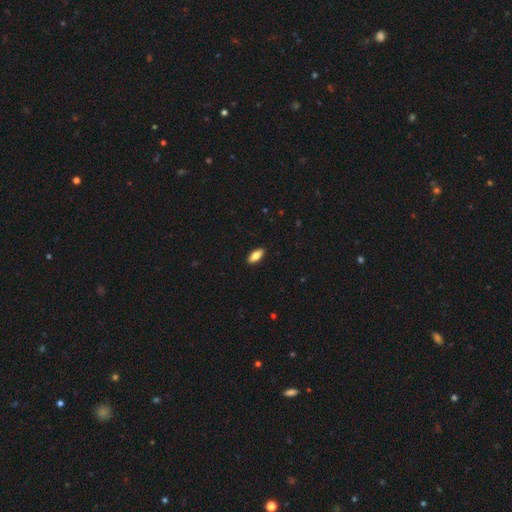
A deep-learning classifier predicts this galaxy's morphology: A smooth galaxy with no disk features (80%) that is in between round and cigar-shaped (82%).

Vote fractions:
- Smooth or featured? smooth: 80% / featured or disk: 14% / star or artifact: 7%
- How rounded? in between: 82% / cigar-shaped: 15% / round: 2%
- Merging? none: 90% / minor disturbance: 7% / major disturbance: 2% / merger: 1%